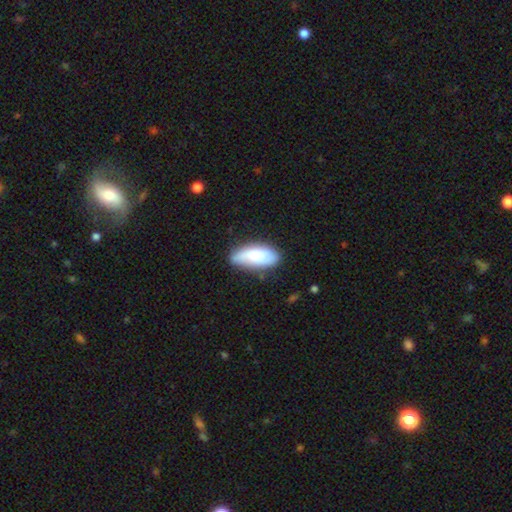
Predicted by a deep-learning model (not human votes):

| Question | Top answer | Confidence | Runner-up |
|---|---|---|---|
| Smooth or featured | smooth | 75% | featured or disk (19%) |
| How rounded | in between | 84% | cigar-shaped (13%) |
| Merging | none | 70% | minor disturbance (23%) |